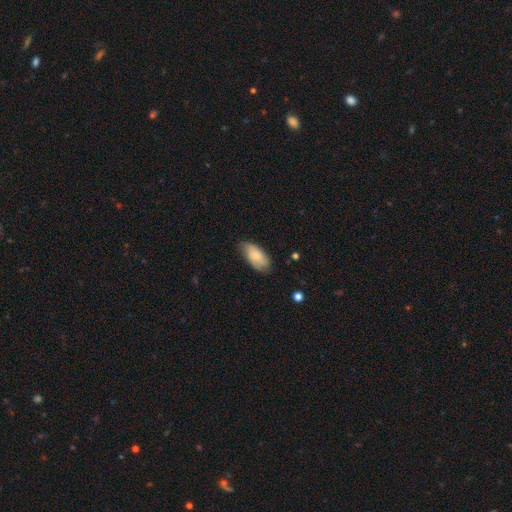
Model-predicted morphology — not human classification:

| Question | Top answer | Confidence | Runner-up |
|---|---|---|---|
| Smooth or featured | smooth | 73% | featured or disk (20%) |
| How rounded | in between | 91% | cigar-shaped (7%) |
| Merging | none | 71% | minor disturbance (23%) |